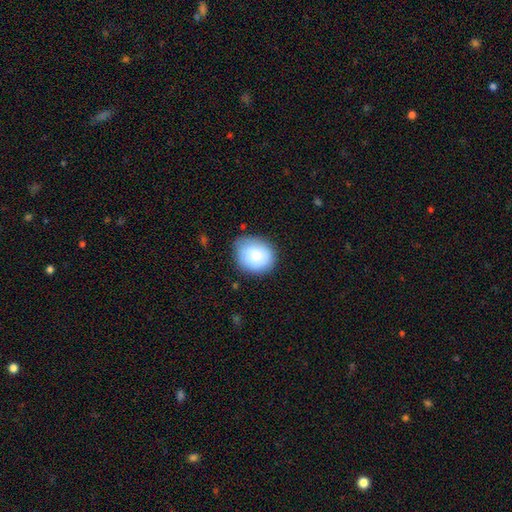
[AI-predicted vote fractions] A smooth galaxy with no disk features (83%) that is round (60%).

Vote fractions:
- Smooth or featured? smooth: 83% / featured or disk: 10% / star or artifact: 7%
- How rounded? round: 60% / in between: 39% / cigar-shaped: 1%
- Merging? none: 71% / minor disturbance: 23% / major disturbance: 5% / merger: 2%